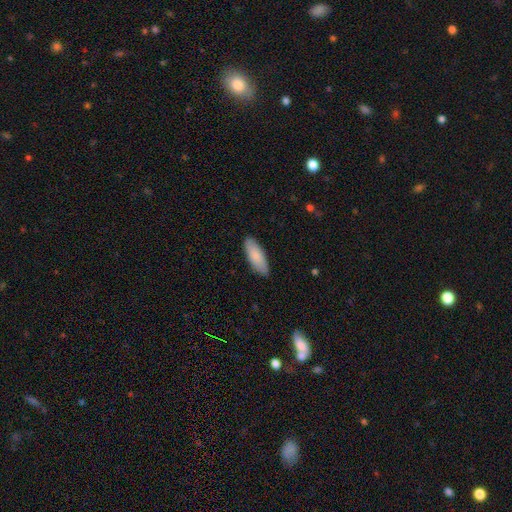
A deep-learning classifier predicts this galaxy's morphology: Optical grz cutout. It shows a smooth galaxy with no disk features (86%) that is in between round and cigar-shaped (71%). Merging: none (87%).